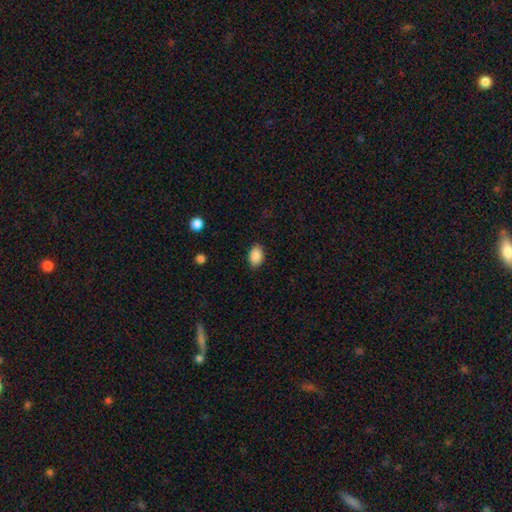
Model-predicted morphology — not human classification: This is clearly a smooth galaxy (89%). How rounded: clearly in between (85%). Merging: clearly none (87%).